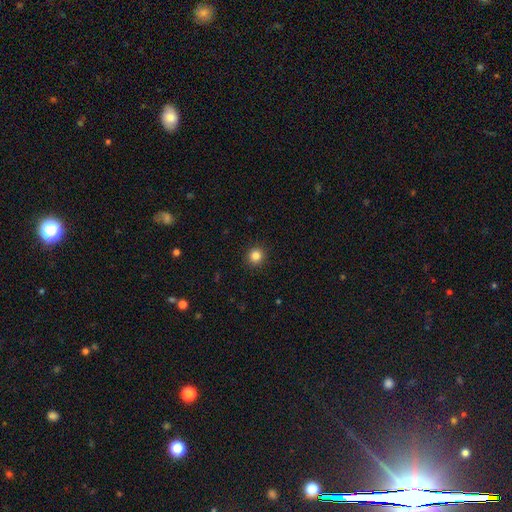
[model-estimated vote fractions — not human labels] Smooth or featured? Predicted: smooth (p=0.84). How rounded? Predicted: round (p=0.93). Merging? Predicted: none (p=0.92).